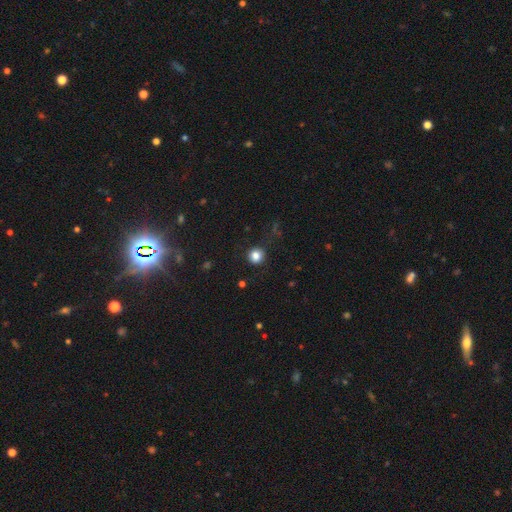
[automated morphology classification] This appears to be a smooth galaxy with no disk features (84%) that is round (91%). Merging: none (85%).